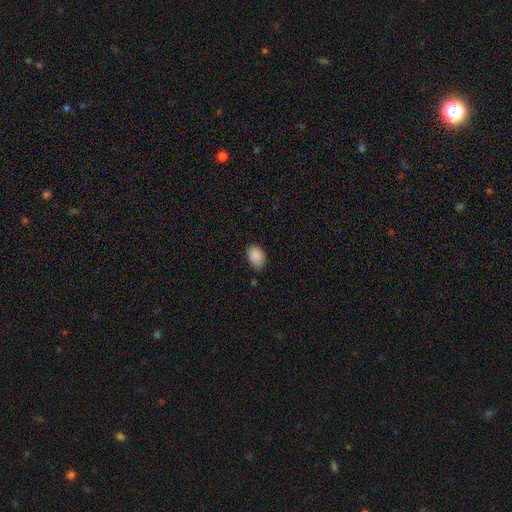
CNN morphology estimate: type=smooth (89%); roundness=in between (86%); merging=none (75%).